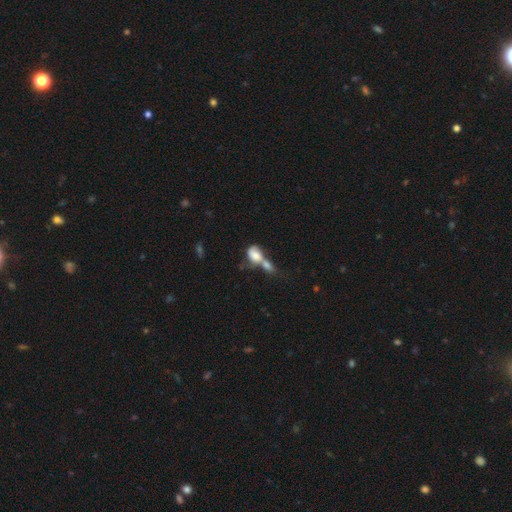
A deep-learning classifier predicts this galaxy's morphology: Q: Smooth or featured?
A: smooth (65%); runner-up: featured or disk (26%)
Q: How rounded?
A: in between (70%); runner-up: round (27%)
Q: Merging?
A: merger (72%); runner-up: none (11%)